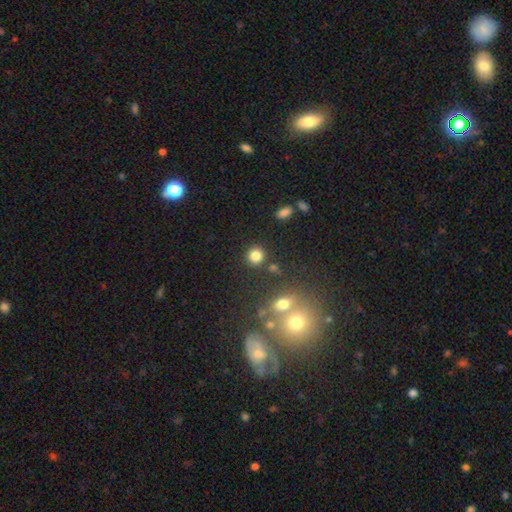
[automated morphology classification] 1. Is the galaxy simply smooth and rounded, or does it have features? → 82% smooth, 12% star or artifact, 6% featured or disk.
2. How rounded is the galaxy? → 88% round, 11% in between, 1% cigar-shaped.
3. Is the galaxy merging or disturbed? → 85% none, 7% minor disturbance, 5% merger, 3% major disturbance.